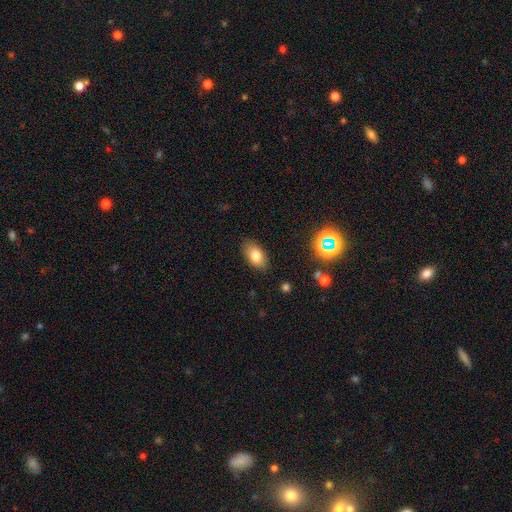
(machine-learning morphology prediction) Smooth or featured: smooth — 80% (featured or disk — 11%)
How rounded: in between — 91% (round — 6%)
Merging: none — 85% (minor disturbance — 11%)